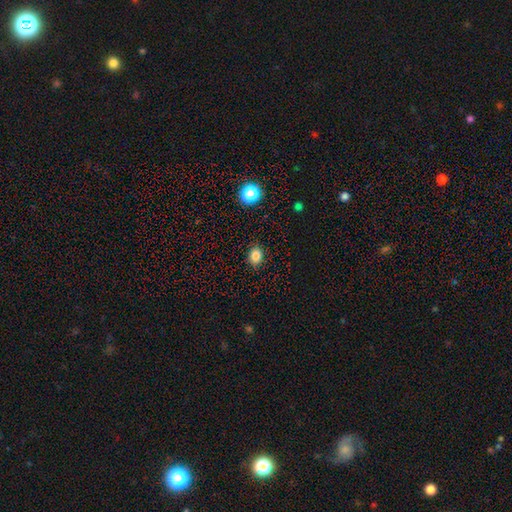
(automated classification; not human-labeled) smooth-or-featured: smooth: 82% | star or artifact: 13% | featured or disk: 5%
  how-rounded: round: 59% | in between: 40% | cigar-shaped: 1%
  merging: none: 89% | minor disturbance: 8% | major disturbance: 2% | merger: 1%